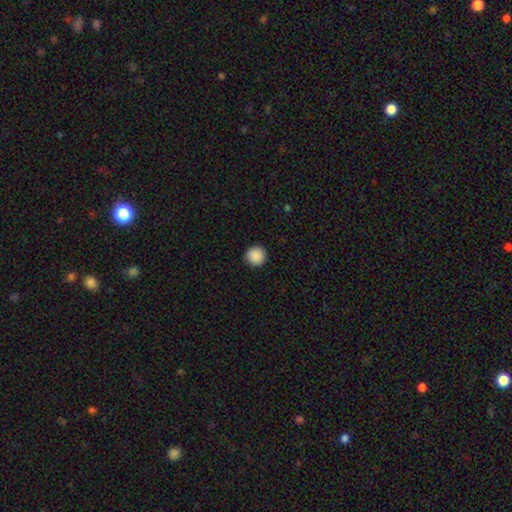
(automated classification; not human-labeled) smooth-or-featured: smooth: 89% | star or artifact: 8% | featured or disk: 3%
  how-rounded: round: 95% | in between: 4% | cigar-shaped: 1%
  merging: none: 91% | minor disturbance: 7% | major disturbance: 2% | merger: 1%